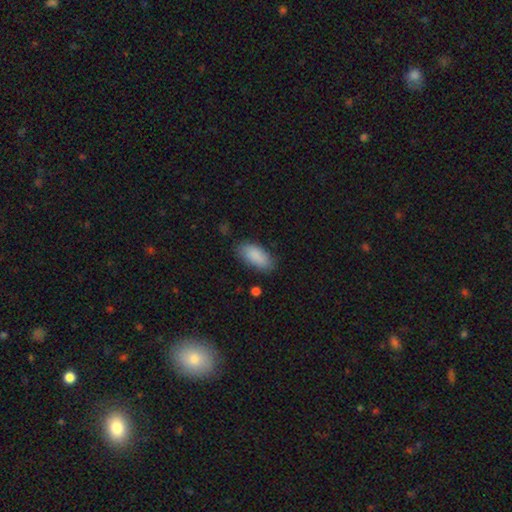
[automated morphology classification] A smooth galaxy with no disk features (88%) that is in between round and cigar-shaped (90%).

Vote fractions:
- Smooth or featured? smooth: 88% / star or artifact: 6% / featured or disk: 6%
- How rounded? in between: 90% / cigar-shaped: 8% / round: 2%
- Merging? none: 77% / minor disturbance: 17% / major disturbance: 4% / merger: 2%